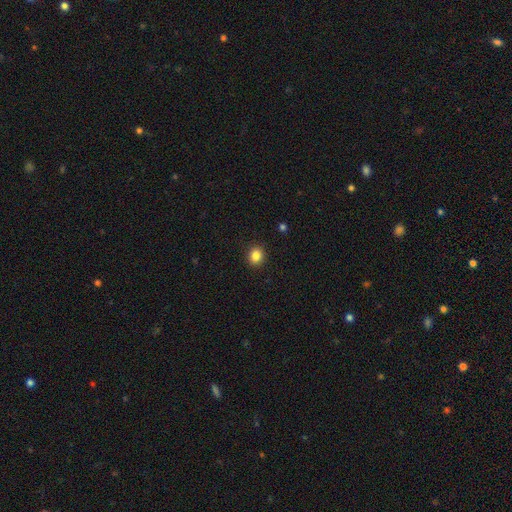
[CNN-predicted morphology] type=smooth (85%); roundness=round (77%); merging=none (91%).